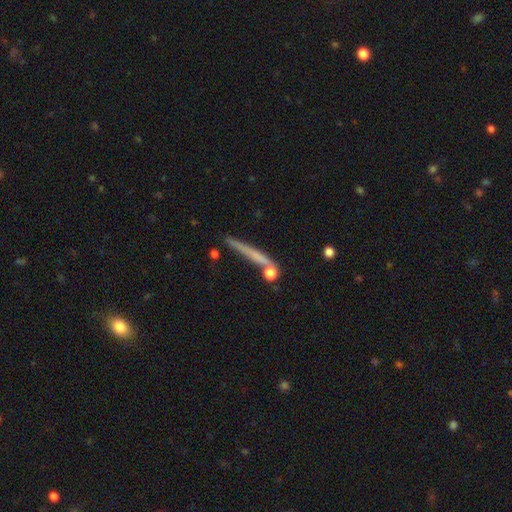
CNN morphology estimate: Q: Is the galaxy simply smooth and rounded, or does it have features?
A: smooth — 53%.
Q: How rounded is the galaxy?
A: cigar-shaped — 91%.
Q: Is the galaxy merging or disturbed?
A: none — 73%.